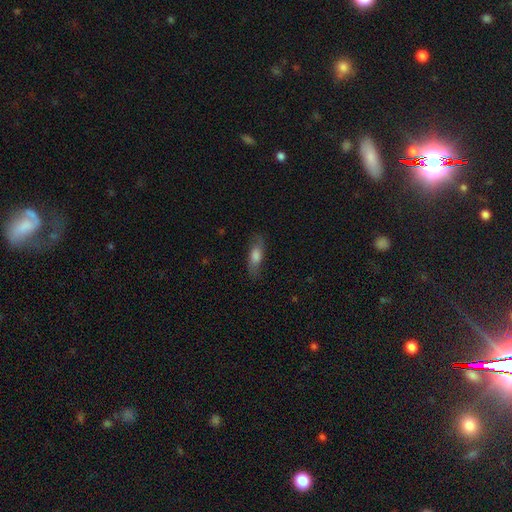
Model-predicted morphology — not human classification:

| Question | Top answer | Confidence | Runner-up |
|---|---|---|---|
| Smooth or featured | smooth | 58% | featured or disk (33%) |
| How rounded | in between | 51% | cigar-shaped (45%) |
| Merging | none | 79% | minor disturbance (15%) |